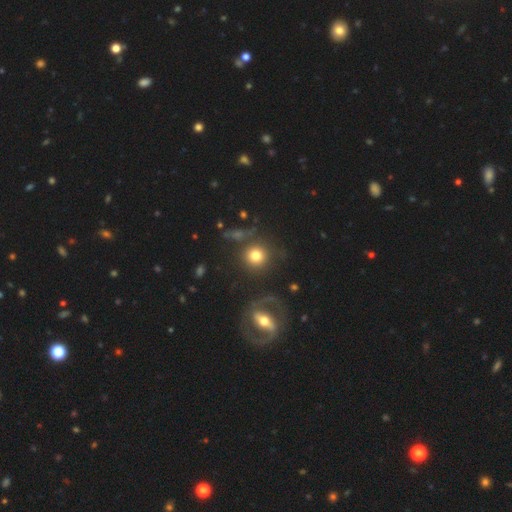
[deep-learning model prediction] This is likely a smooth galaxy (73%). How rounded: clearly round (92%). Merging: likely none (72%).